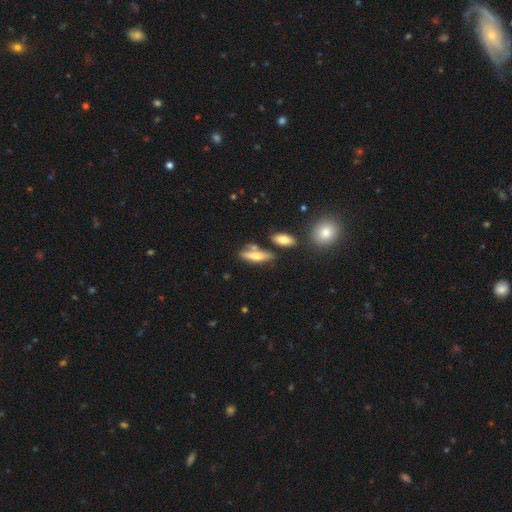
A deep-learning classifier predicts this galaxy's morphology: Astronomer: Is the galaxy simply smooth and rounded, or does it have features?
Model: smooth — 61%.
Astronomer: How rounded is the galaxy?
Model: in between — 50% (runner-up: cigar-shaped, 47%).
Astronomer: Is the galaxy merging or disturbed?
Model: none — 58%.